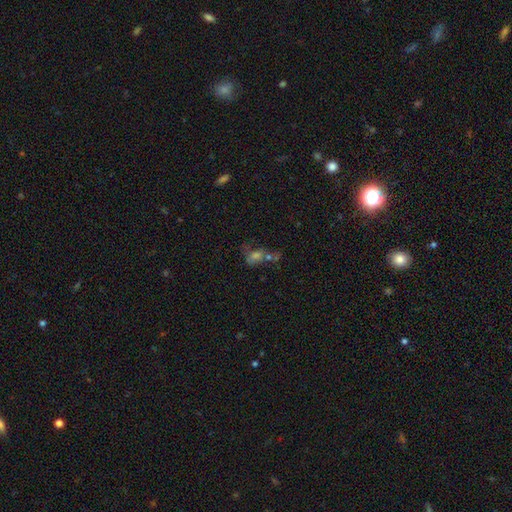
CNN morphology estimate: This appears to be a smooth galaxy with no disk features (41%). Merging: none (33%).